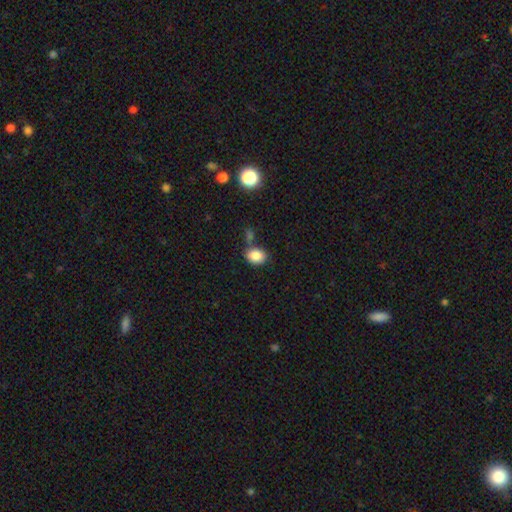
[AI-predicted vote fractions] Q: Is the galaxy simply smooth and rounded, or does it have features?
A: smooth — 84%.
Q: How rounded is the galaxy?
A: in between — 65%.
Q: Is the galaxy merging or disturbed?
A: none — 65%.